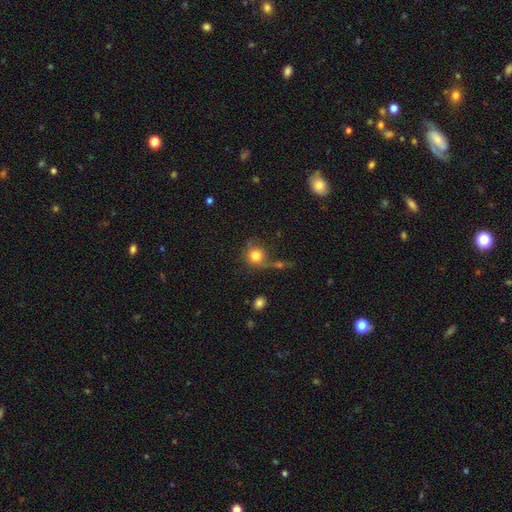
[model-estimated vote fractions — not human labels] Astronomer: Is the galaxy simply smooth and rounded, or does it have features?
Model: smooth — 80%.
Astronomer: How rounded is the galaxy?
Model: round — 89%.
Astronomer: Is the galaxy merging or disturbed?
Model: none — 59%.